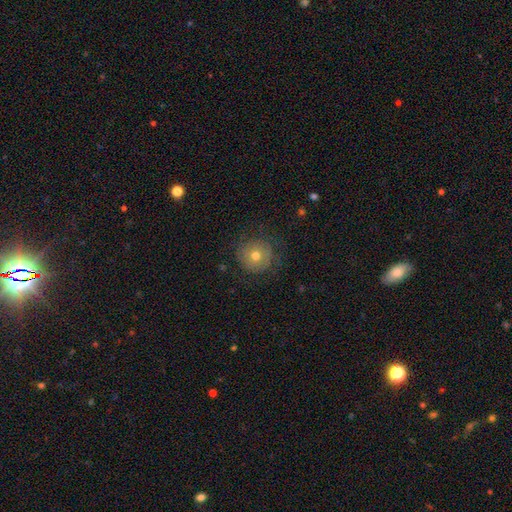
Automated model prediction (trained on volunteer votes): This is possibly a smooth galaxy (60%). How rounded: clearly round (93%). Merging: likely none (76%).